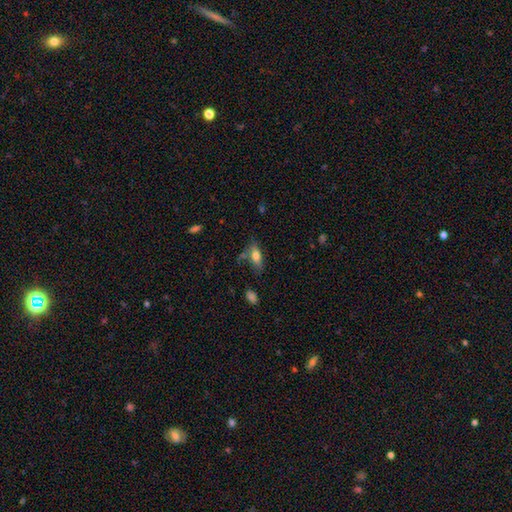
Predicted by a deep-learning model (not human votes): Q: Smooth or featured?
A: smooth (70%); runner-up: featured or disk (22%)
Q: How rounded?
A: in between (70%); runner-up: cigar-shaped (26%)
Q: Merging?
A: none (63%); runner-up: minor disturbance (21%)